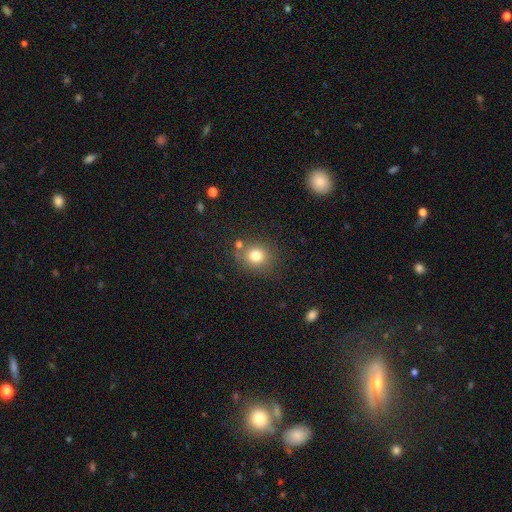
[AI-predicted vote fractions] smooth_or_featured: smooth (p=0.79) [alt: star or artifact p=0.13]
how_rounded: round (p=0.76) [alt: in between p=0.23]
merging: none (p=0.74) [alt: minor disturbance p=0.12]